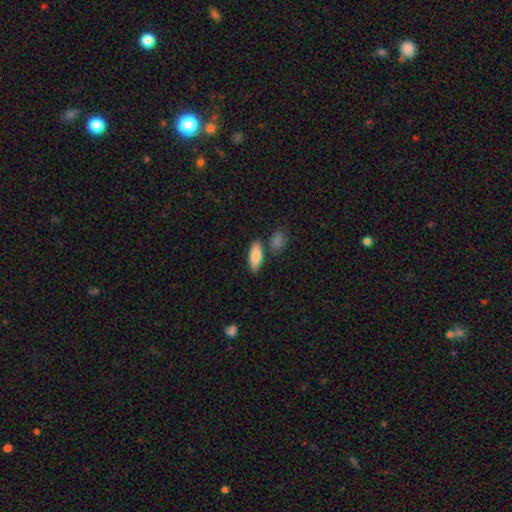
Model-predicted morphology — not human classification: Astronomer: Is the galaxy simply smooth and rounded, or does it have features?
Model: smooth — 81%.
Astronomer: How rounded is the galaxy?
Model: in between — 73%.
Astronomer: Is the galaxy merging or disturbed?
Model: none — 75%.